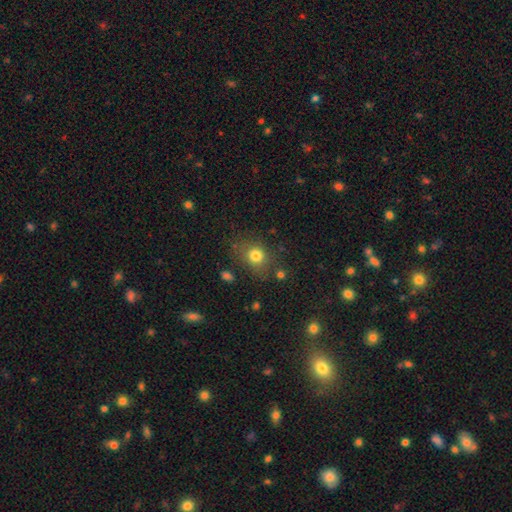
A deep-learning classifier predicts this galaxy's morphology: smooth-or-featured: smooth: 79% | star or artifact: 13% | featured or disk: 8%
  how-rounded: round: 68% | in between: 31% | cigar-shaped: 1%
  merging: none: 75% | minor disturbance: 15% | major disturbance: 6% | merger: 4%